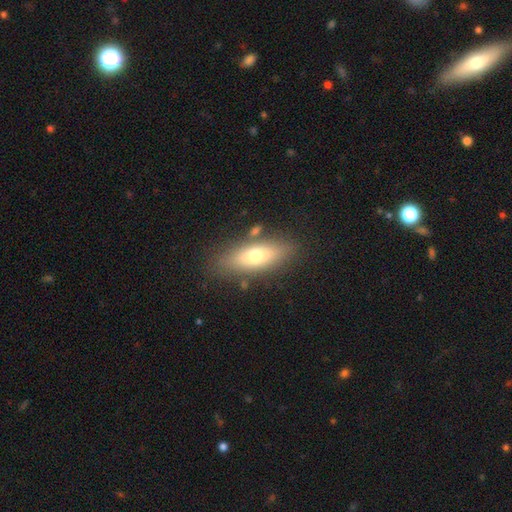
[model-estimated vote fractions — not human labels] smooth-or-featured: smooth: 65% | featured or disk: 27% | star or artifact: 7%
  how-rounded: in between: 67% | cigar-shaped: 30% | round: 3%
  merging: none: 79% | minor disturbance: 12% | merger: 5% | major disturbance: 4%